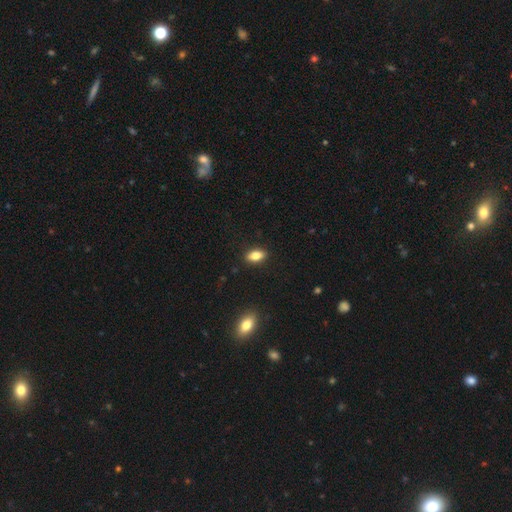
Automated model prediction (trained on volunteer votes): smooth_or_featured: smooth (p=0.80) [alt: featured or disk p=0.12]
how_rounded: in between (p=0.87) [alt: cigar-shaped p=0.07]
merging: none (p=0.89) [alt: minor disturbance p=0.08]